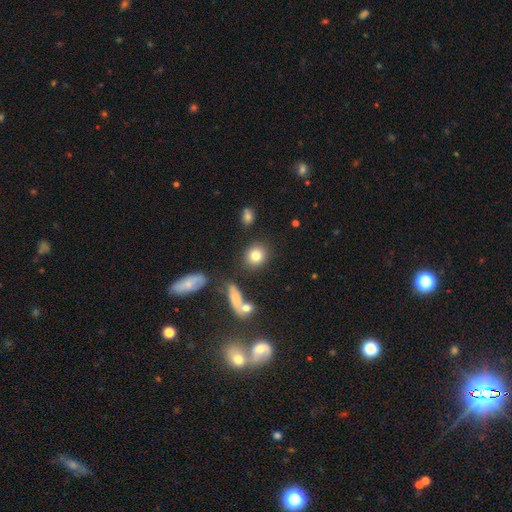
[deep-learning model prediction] Smooth or featured: smooth — 81% (star or artifact — 10%)
How rounded: round — 74% (in between — 24%)
Merging: none — 81% (minor disturbance — 10%)